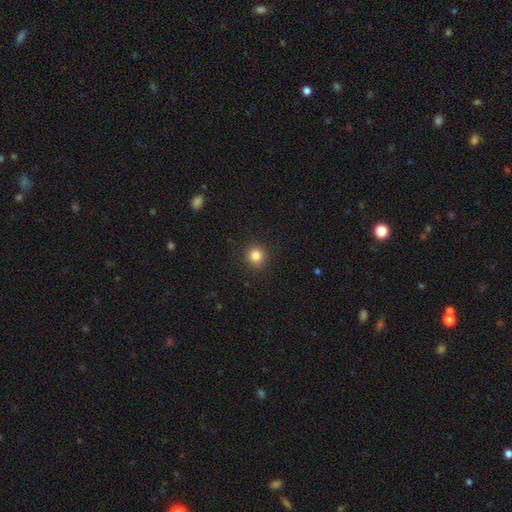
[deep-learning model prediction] Smooth or featured? smooth (84%)
How rounded? round (92%)
Merging? none (92%)